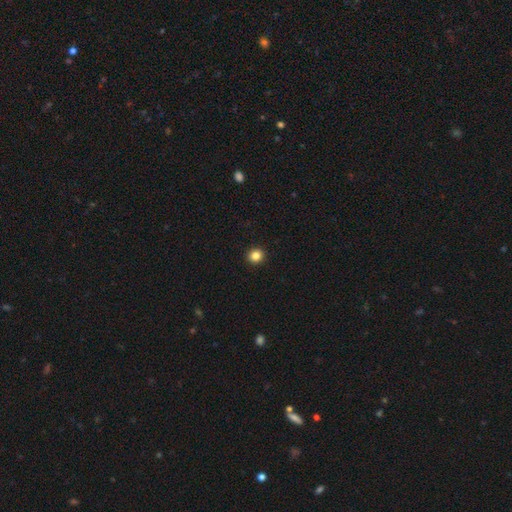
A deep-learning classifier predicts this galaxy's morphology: smooth 85%, star or artifact 11%, featured or disk 4%. Down the decision tree: how rounded — round (86%); merging — none (93%).